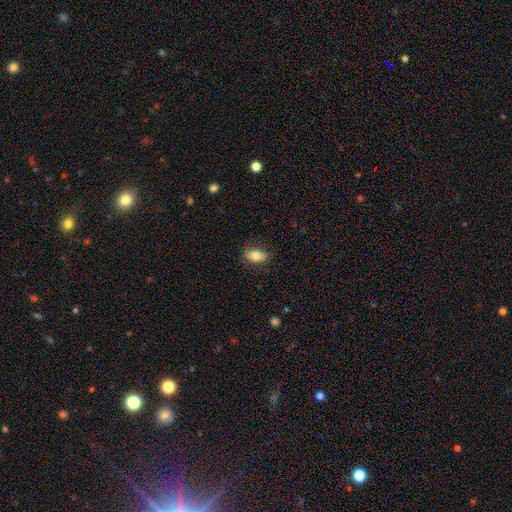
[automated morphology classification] The model was most divided on "smooth or featured": smooth: 82%, featured or disk: 11%, star or artifact: 8%. More confident: how rounded — in between (89%); merging — none (85%).